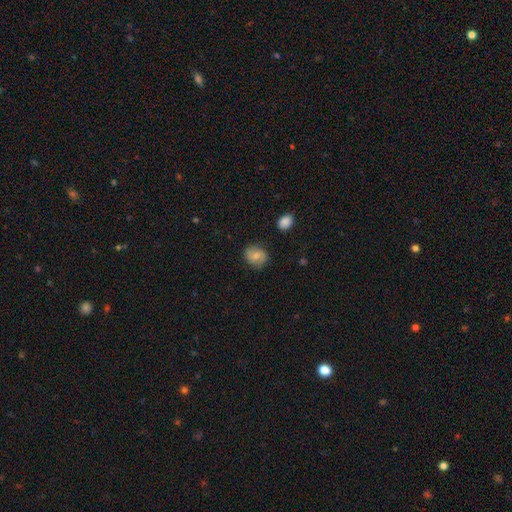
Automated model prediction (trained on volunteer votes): Overall: smooth (60%; featured or disk 31%). How rounded: round (70%). Merging: none (79%).